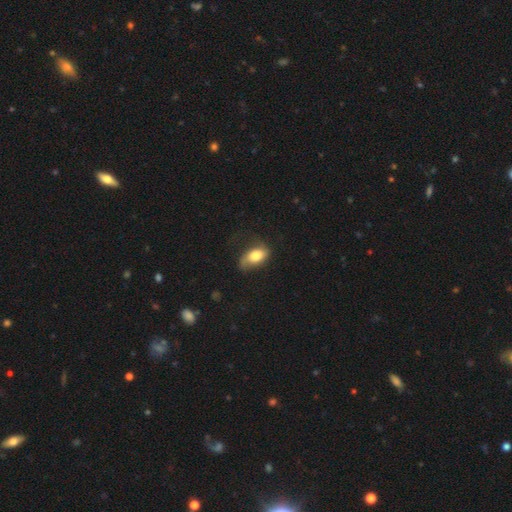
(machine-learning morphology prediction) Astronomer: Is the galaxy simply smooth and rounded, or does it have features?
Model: smooth — 68%.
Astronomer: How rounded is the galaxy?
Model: in between — 89%.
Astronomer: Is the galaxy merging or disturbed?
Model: none — 49% (runner-up: minor disturbance, 31%).